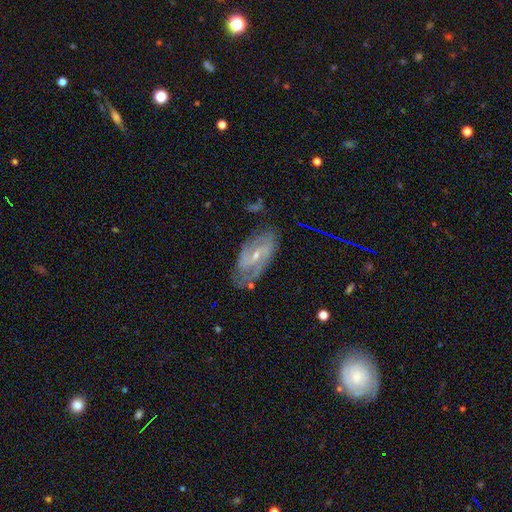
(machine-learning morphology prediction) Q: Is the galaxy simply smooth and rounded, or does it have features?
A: featured or disk — 84%.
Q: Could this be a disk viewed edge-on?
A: no — 94%.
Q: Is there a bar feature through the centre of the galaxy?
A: weak — 48%.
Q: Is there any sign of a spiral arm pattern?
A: yes — 95%.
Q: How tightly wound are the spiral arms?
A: medium — 47%.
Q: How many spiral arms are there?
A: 2 — 79%.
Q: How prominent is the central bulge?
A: small — 71%.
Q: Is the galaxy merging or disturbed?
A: none — 71%.